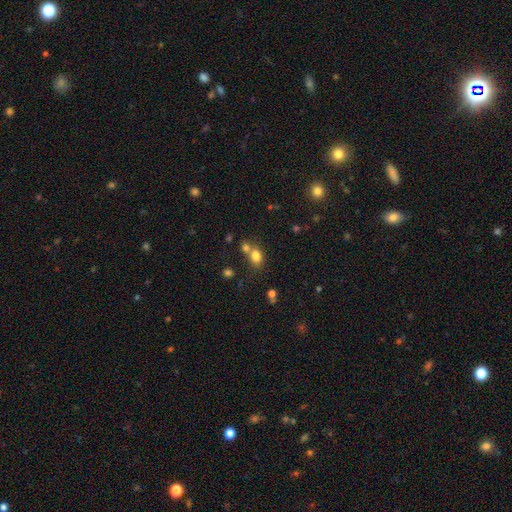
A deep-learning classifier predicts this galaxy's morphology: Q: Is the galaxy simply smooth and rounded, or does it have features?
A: smooth — 78%.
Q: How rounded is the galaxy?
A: in between — 63%.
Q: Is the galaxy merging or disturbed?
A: merger — 43%.